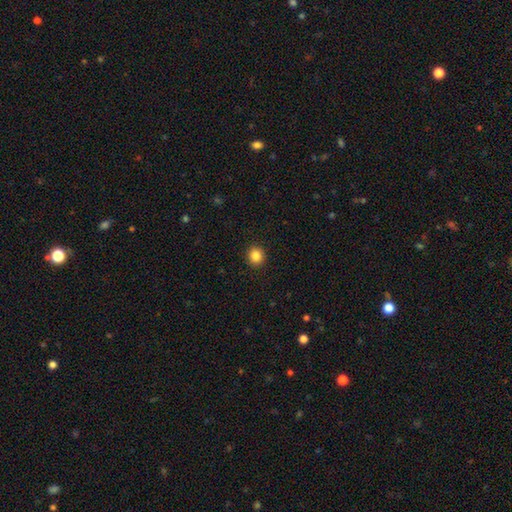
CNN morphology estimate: Smooth or featured? smooth (85%)
How rounded? round (87%)
Merging? none (93%)